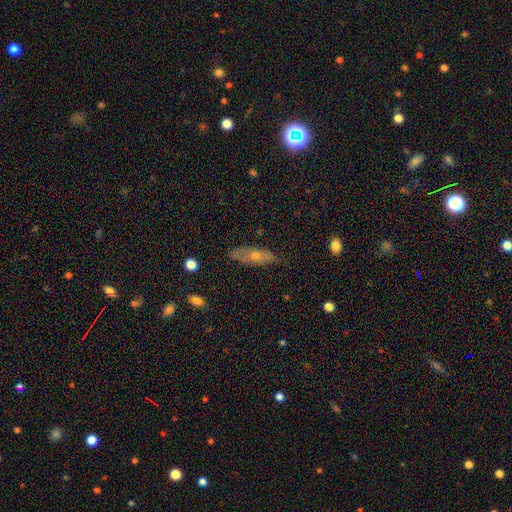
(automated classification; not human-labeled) This appears to be a featured or disk galaxy (50%). Merging: none (76%).